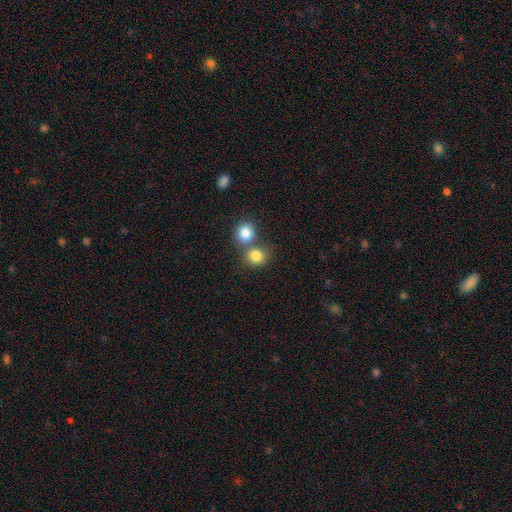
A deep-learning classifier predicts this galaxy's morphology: type=smooth (82%); roundness=round (81%); merging=none (50%).